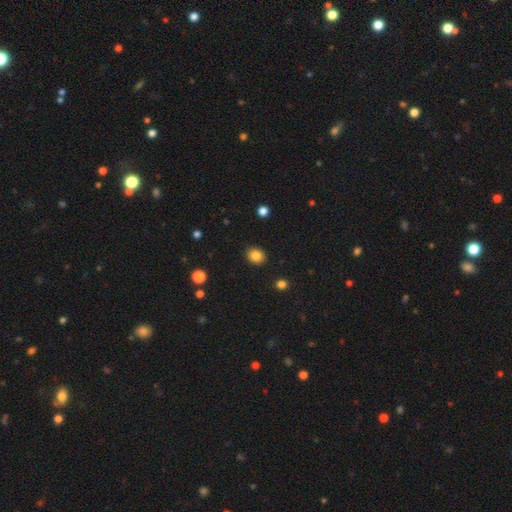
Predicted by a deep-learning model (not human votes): Smooth or featured: smooth — 85% (star or artifact — 10%)
How rounded: round — 66% (in between — 33%)
Merging: none — 90% (minor disturbance — 6%)